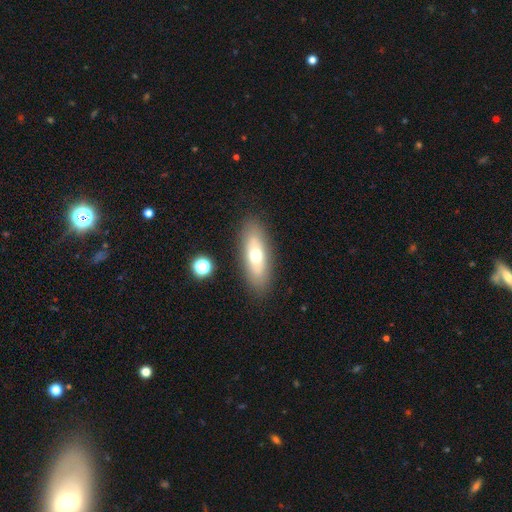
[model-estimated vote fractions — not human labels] smooth 57%, featured or disk 36%, star or artifact 7%. Down the decision tree: how rounded — in between (67%); merging — none (85%).